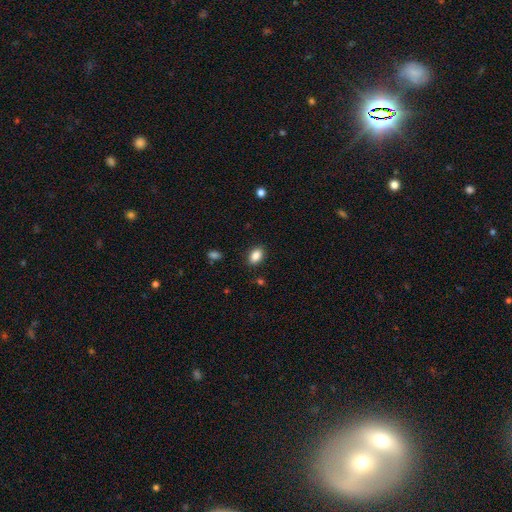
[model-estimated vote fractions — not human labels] Smooth or featured? Predicted: smooth (p=0.88). How rounded? Predicted: in between (p=0.85). Merging? Predicted: none (p=0.87).